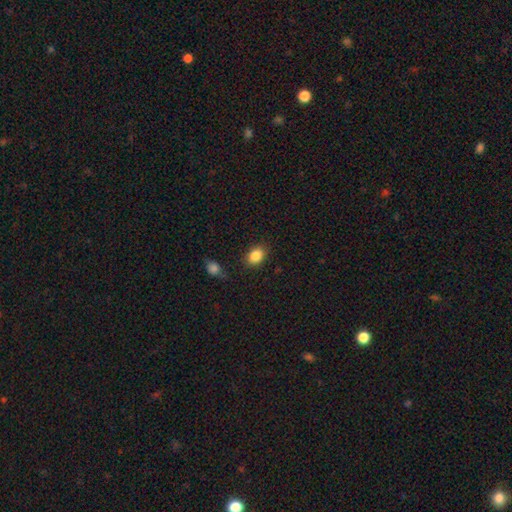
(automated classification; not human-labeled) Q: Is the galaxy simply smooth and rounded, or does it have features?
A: smooth — 86%.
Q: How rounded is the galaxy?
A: in between — 74%.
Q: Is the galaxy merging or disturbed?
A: none — 83%.